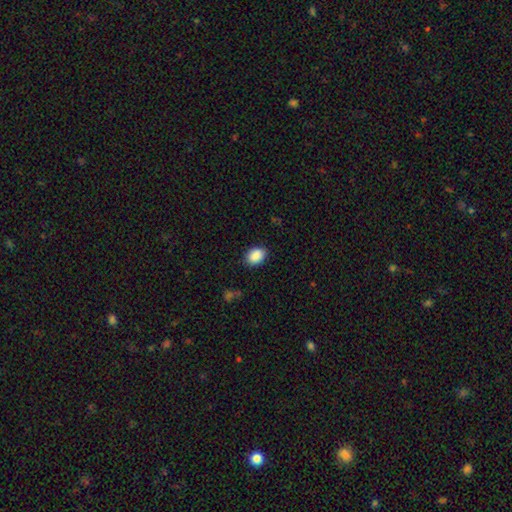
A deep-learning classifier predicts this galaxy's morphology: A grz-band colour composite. It shows a smooth galaxy with no disk features (89%) that is in between round and cigar-shaped (71%). Merging: none (86%).